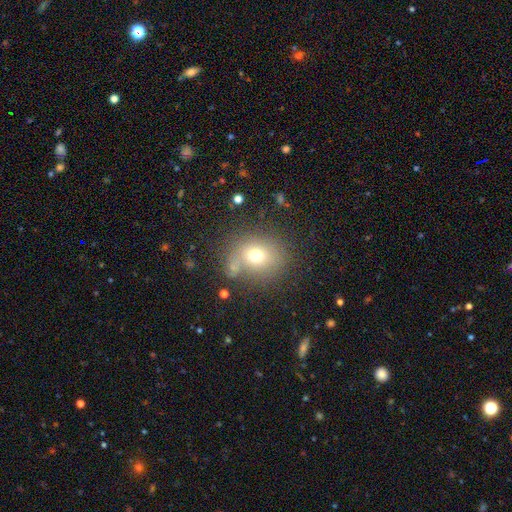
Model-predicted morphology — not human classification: smooth 70%, star or artifact 16%, featured or disk 14%. Down the decision tree: how rounded — round (72%); merging — none (63%).